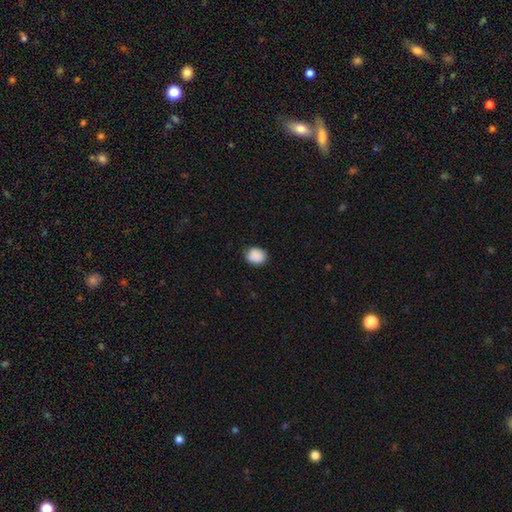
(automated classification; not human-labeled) Q: Smooth or featured?
A: smooth (89%); runner-up: star or artifact (8%)
Q: How rounded?
A: round (66%); runner-up: in between (33%)
Q: Merging?
A: none (82%); runner-up: minor disturbance (14%)